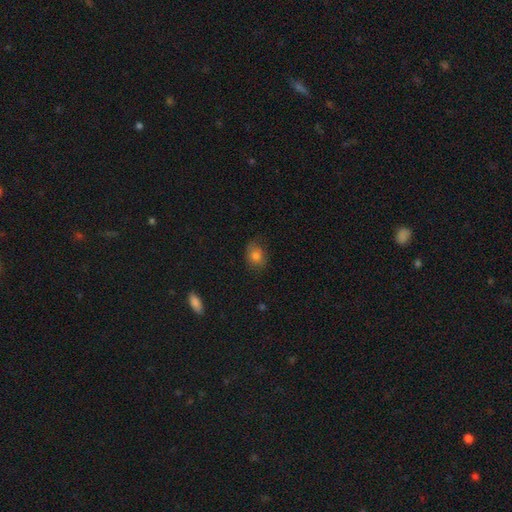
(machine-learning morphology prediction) Smooth or featured? smooth (80%)
How rounded? round (53%)
Merging? none (70%)